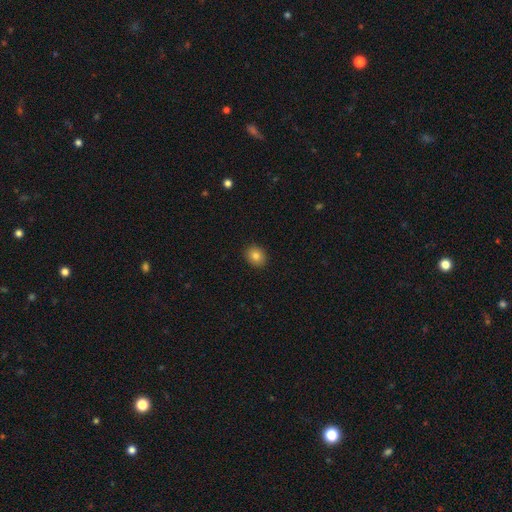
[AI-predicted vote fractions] This appears to be a smooth galaxy with no disk features (84%) that is round (63%). Merging: none (91%).